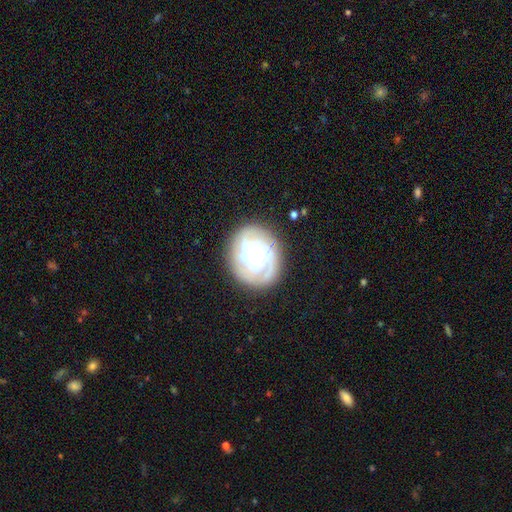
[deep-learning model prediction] This appears to be a featured or disk galaxy (80%) with no bar (58%), 3 (28%) tight (70%) spiral arms (94%) and a small central bulge (65%). Merging: none (81%).